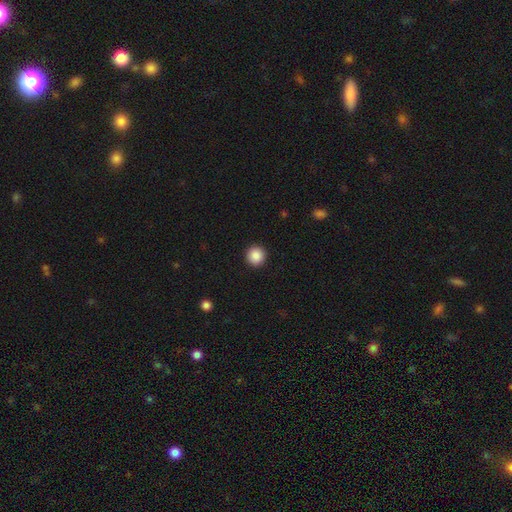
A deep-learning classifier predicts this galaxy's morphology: Smooth or featured: smooth — 88% (star or artifact — 9%)
How rounded: round — 96% (in between — 3%)
Merging: none — 93% (minor disturbance — 4%)